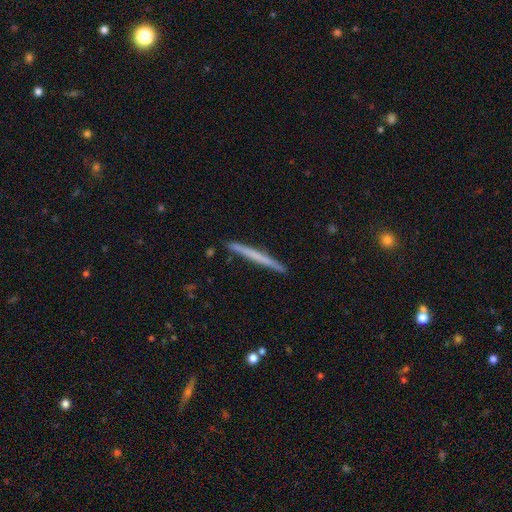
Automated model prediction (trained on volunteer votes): The model was most divided on "smooth or featured": smooth: 49%, featured or disk: 46%, star or artifact: 6%. More confident: merging — none (91%).